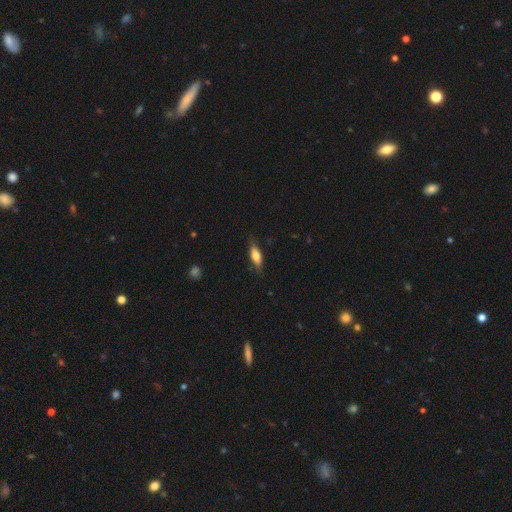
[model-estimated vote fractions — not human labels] smooth-or-featured: smooth: 66% | featured or disk: 27% | star or artifact: 7%
  how-rounded: in between: 58% | cigar-shaped: 39% | round: 3%
  merging: none: 79% | minor disturbance: 17% | major disturbance: 3% | merger: 1%